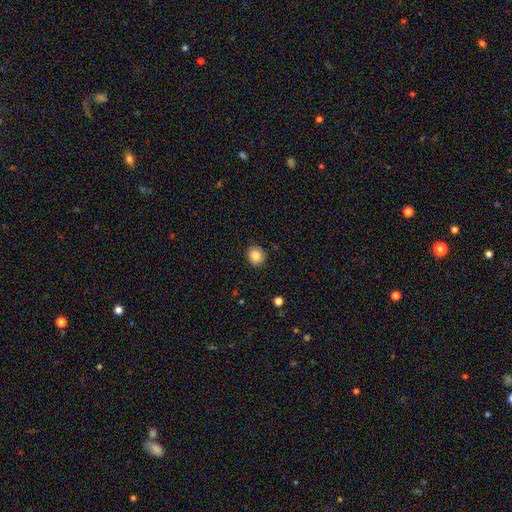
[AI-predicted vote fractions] smooth-or-featured: smooth: 86% | star or artifact: 10% | featured or disk: 4%
  how-rounded: round: 88% | in between: 11% | cigar-shaped: 1%
  merging: none: 88% | minor disturbance: 9% | major disturbance: 2% | merger: 1%